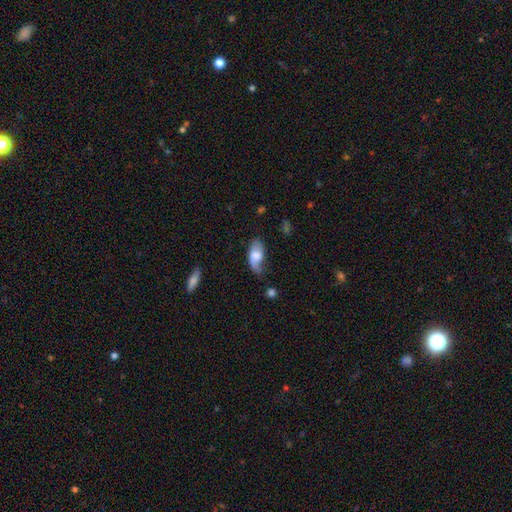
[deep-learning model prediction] A smooth galaxy with no disk features (54%) that is in between round and cigar-shaped (91%).

Vote fractions:
- Smooth or featured? smooth: 54% / featured or disk: 39% / star or artifact: 7%
- How rounded? in between: 91% / cigar-shaped: 6% / round: 3%
- Merging? none: 44% / minor disturbance: 35% / major disturbance: 18% / merger: 3%